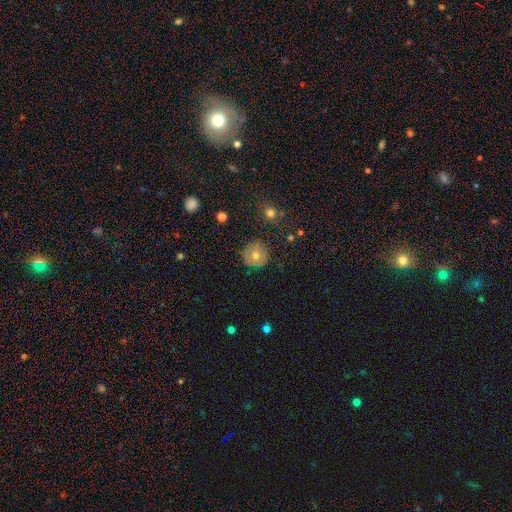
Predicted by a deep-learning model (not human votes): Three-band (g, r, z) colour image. It shows a smooth galaxy with no disk features (57%) that is round (94%). Merging: none (86%).